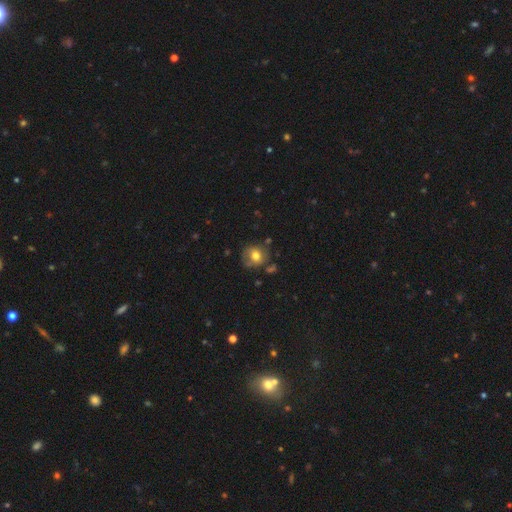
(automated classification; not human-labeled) Smooth or featured? smooth (66%)
How rounded? round (78%)
Merging? none (64%)